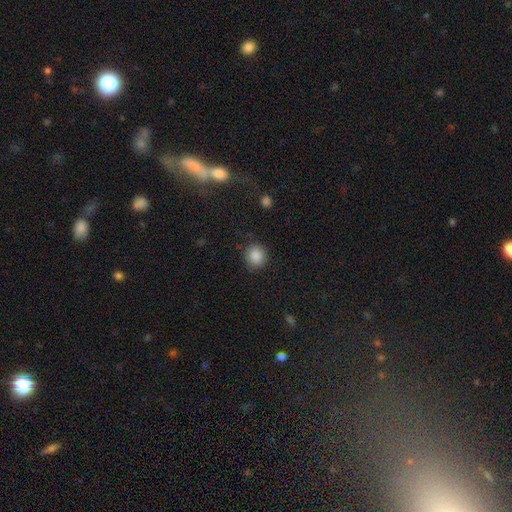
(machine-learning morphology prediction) smooth 87%, star or artifact 9%, featured or disk 3%. Down the decision tree: how rounded — round (88%); merging — none (88%).